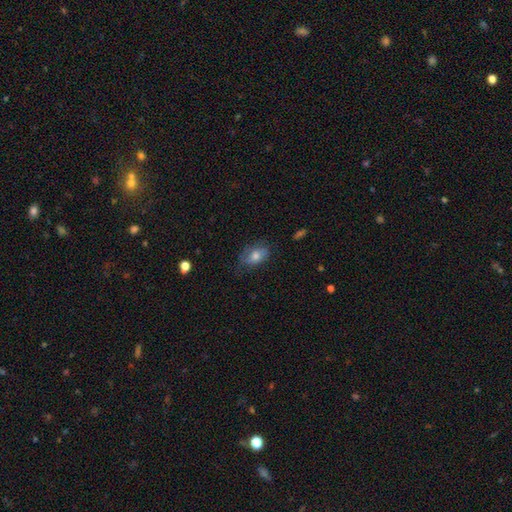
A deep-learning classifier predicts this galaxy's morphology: type=smooth (64%); roundness=in between (84%); merging=none (68%).